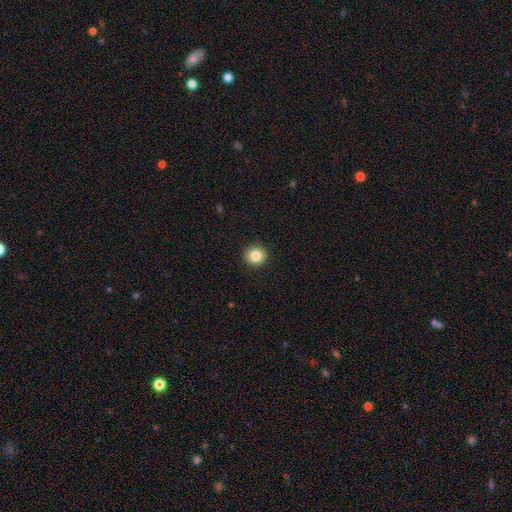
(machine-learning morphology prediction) A smooth galaxy with no disk features (85%) that is round (90%). Merging: none (92%).